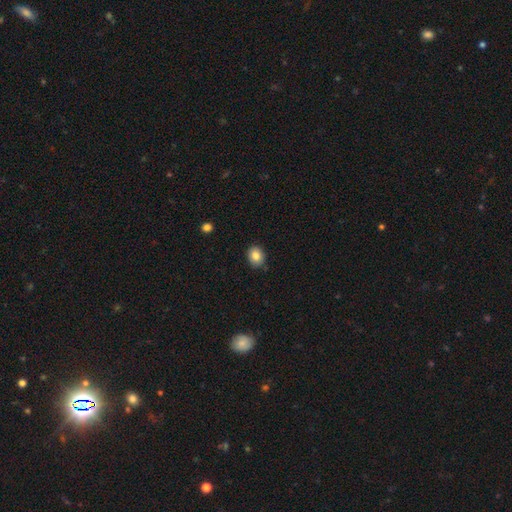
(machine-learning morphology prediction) The model was most divided on "how rounded": round: 57%, in between: 42%, cigar-shaped: 1%. More confident: merging — none (86%); smooth or featured — smooth (84%).